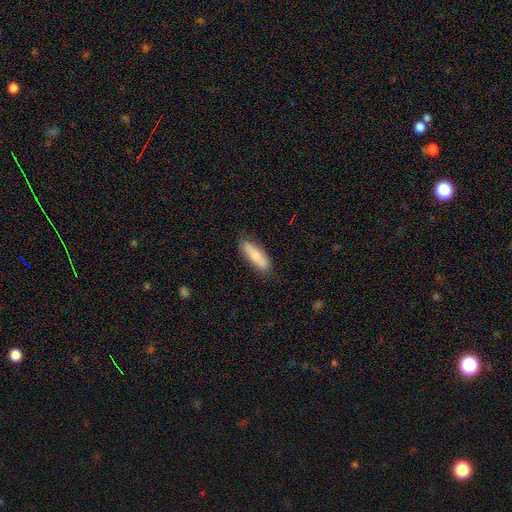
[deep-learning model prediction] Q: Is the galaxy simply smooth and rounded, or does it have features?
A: smooth — 77%.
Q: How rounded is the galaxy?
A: in between — 49%, tied with cigar-shaped.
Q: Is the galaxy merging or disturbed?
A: none — 81%.